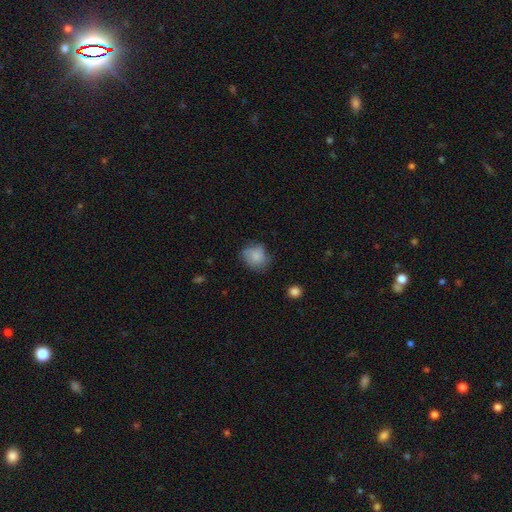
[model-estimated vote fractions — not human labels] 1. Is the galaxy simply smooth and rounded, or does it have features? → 81% smooth, 11% featured or disk, 9% star or artifact.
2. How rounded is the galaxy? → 66% round, 33% in between, 1% cigar-shaped.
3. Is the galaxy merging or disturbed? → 61% none, 28% minor disturbance, 9% major disturbance, 2% merger.